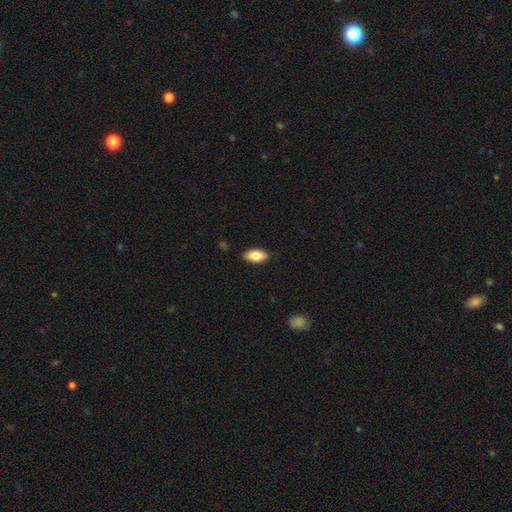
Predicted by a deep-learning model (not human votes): smooth-or-featured: smooth: 83% | featured or disk: 11% | star or artifact: 7%
  how-rounded: in between: 92% | cigar-shaped: 5% | round: 3%
  merging: none: 86% | minor disturbance: 11% | major disturbance: 2% | merger: 1%